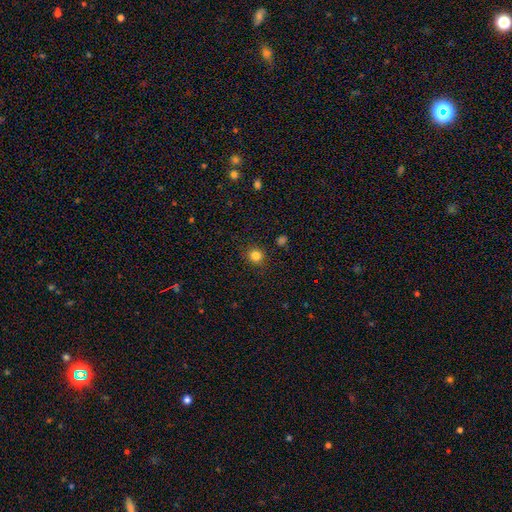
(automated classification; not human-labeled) Smooth or featured? smooth (83%)
How rounded? round (87%)
Merging? none (88%)